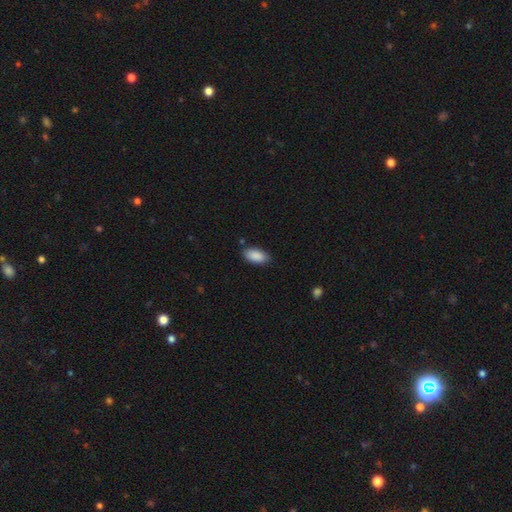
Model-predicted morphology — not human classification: smooth 90%, star or artifact 6%, featured or disk 4%. Down the decision tree: how rounded — in between (92%); merging — none (84%).